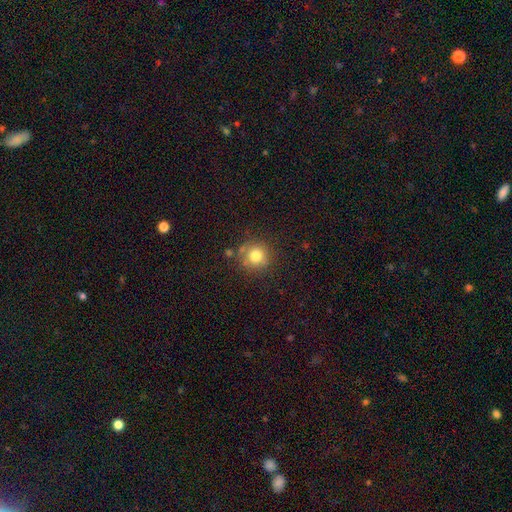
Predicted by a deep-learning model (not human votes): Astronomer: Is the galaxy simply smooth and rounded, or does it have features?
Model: smooth — 79%.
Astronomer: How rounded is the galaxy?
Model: round — 92%.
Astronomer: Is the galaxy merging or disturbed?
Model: none — 76%.